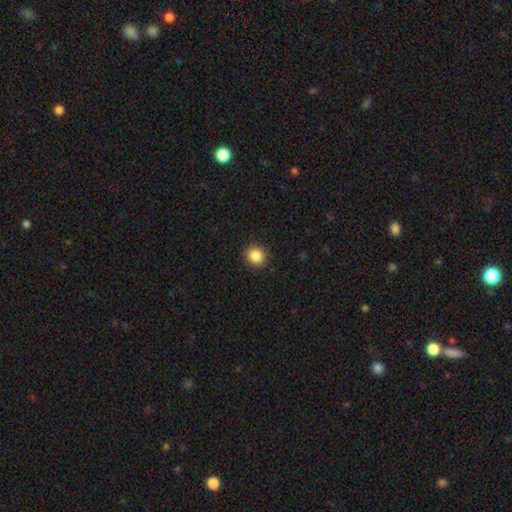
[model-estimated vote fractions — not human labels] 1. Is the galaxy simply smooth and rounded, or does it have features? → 87% smooth, 10% star or artifact, 3% featured or disk.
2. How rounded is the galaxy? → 80% round, 19% in between, 1% cigar-shaped.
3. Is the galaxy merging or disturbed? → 90% none, 6% minor disturbance, 2% major disturbance, 1% merger.